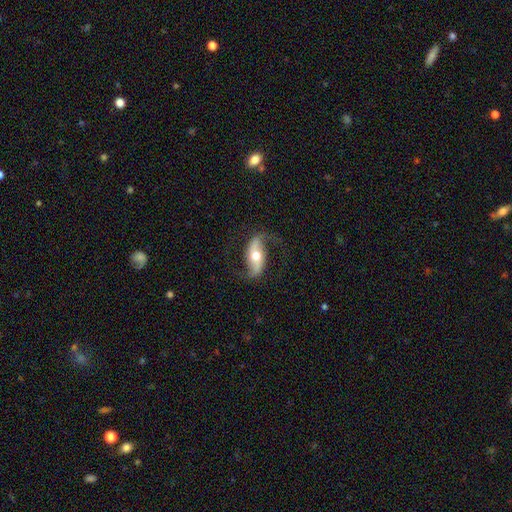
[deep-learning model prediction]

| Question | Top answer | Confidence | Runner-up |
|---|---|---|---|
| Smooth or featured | featured or disk | 81% | smooth (14%) |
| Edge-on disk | no | 92% | yes (8%) |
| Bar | no | 39% | strong (31%) |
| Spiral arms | yes | 94% | no (6%) |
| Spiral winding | loose | 75% | medium (19%) |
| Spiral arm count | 2 | 93% | can't tell (2%) |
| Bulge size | moderate | 71% | large (14%) |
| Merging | none | 75% | minor disturbance (15%) |